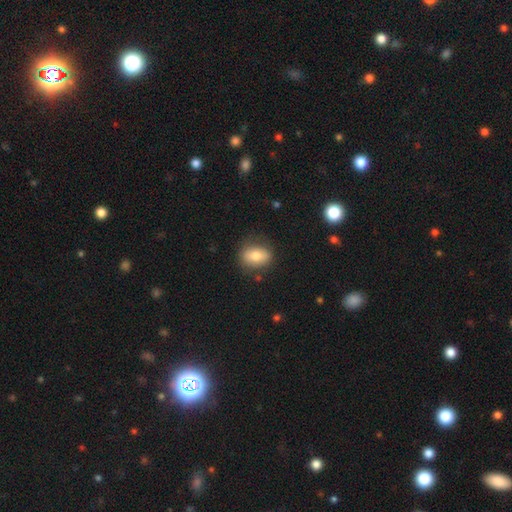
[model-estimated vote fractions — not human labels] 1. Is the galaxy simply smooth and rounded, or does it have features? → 77% smooth, 16% featured or disk, 8% star or artifact.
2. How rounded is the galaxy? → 67% in between, 31% round, 2% cigar-shaped.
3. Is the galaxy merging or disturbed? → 79% none, 15% minor disturbance, 4% major disturbance, 2% merger.